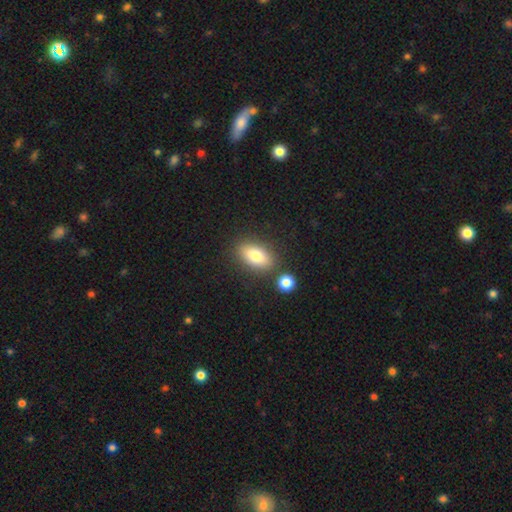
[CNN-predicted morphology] Overall: smooth (79%). How rounded: in between (87%). Merging: none (77%).